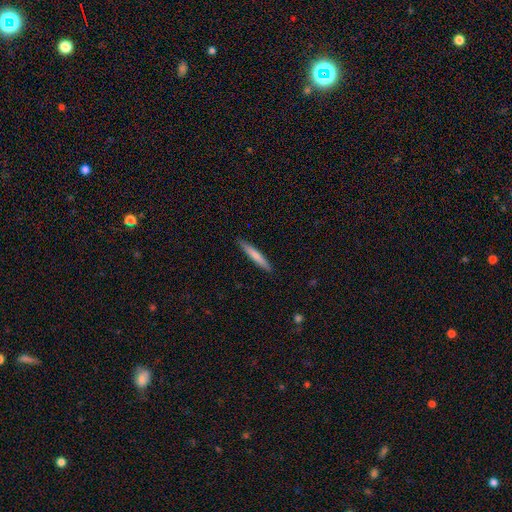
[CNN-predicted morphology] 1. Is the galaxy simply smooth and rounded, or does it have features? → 70% smooth, 24% featured or disk, 5% star or artifact.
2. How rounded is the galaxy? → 95% cigar-shaped, 4% in between, 1% round.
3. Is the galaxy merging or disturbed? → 90% none, 8% minor disturbance, 2% major disturbance, 1% merger.